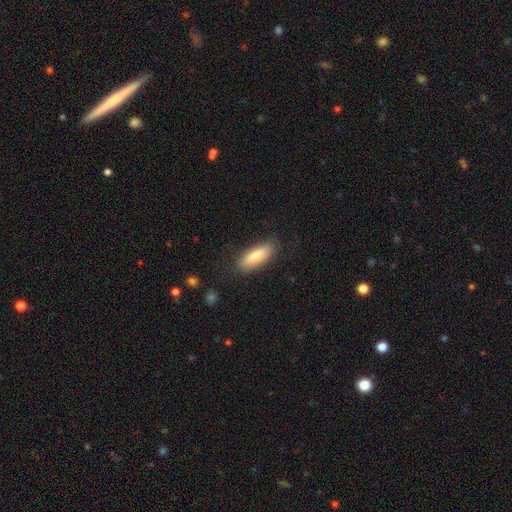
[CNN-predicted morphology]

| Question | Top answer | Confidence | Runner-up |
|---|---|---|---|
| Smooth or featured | smooth | 76% | featured or disk (18%) |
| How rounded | in between | 69% | cigar-shaped (29%) |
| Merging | none | 83% | minor disturbance (12%) |